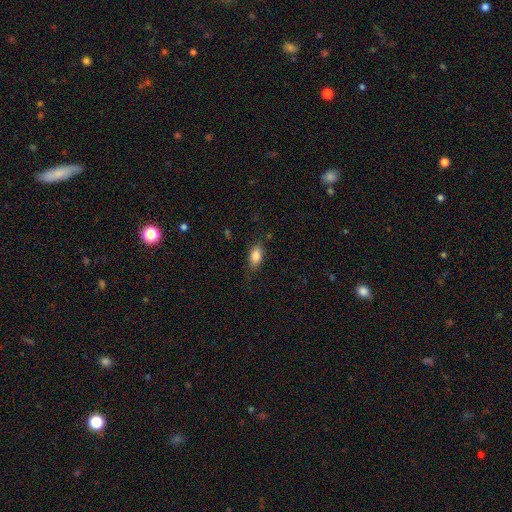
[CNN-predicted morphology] Q: Smooth or featured?
A: smooth (84%); runner-up: featured or disk (8%)
Q: How rounded?
A: in between (88%); runner-up: round (7%)
Q: Merging?
A: none (75%); runner-up: minor disturbance (18%)